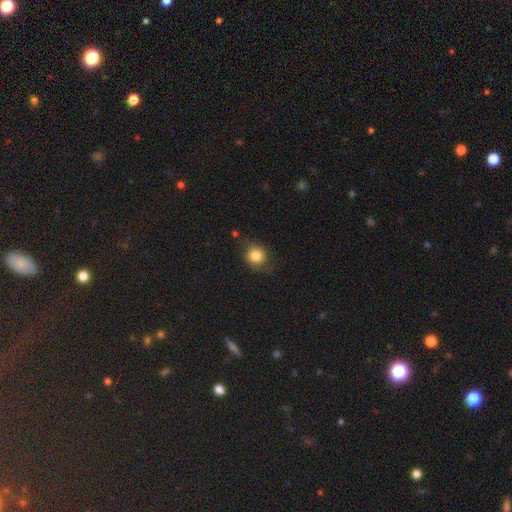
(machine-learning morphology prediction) smooth 82%, star or artifact 10%, featured or disk 8%. Down the decision tree: how rounded — round (81%); merging — none (72%).